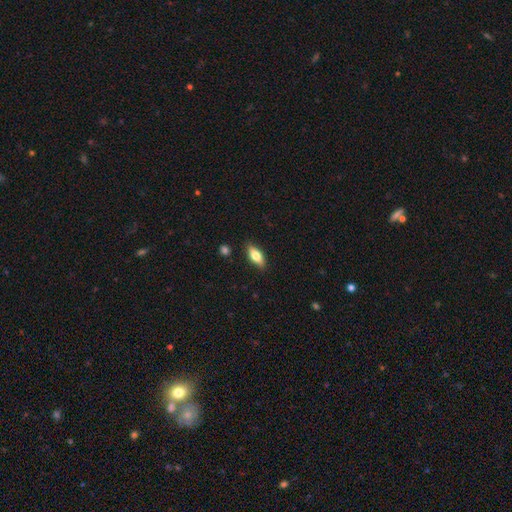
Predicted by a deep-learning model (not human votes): A smooth galaxy with no disk features (72%) that is in between round and cigar-shaped (80%).

Vote fractions:
- Smooth or featured? smooth: 72% / featured or disk: 21% / star or artifact: 7%
- How rounded? in between: 80% / cigar-shaped: 17% / round: 3%
- Merging? none: 87% / minor disturbance: 10% / major disturbance: 2% / merger: 2%